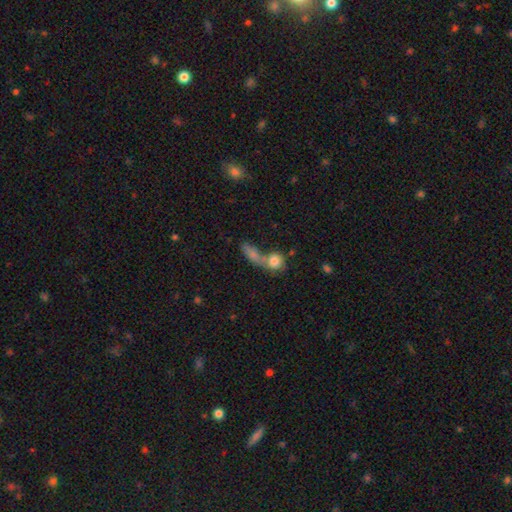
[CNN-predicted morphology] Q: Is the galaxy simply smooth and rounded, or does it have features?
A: smooth — 66%.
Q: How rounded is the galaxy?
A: round — 45%.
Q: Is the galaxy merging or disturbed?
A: merger — 55%.